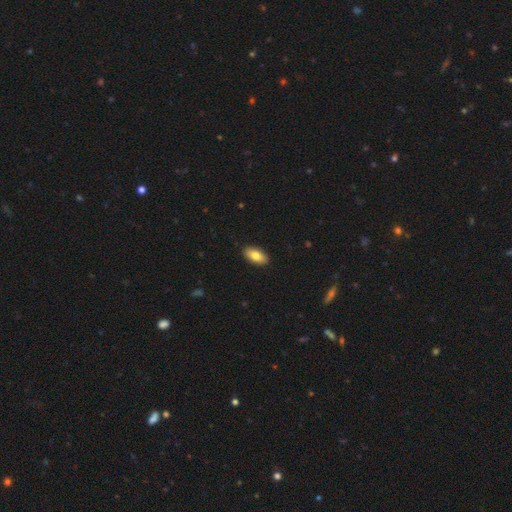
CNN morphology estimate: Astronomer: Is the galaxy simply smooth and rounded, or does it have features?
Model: smooth — 80%.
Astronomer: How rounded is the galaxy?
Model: in between — 92%.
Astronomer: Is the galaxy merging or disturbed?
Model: none — 90%.